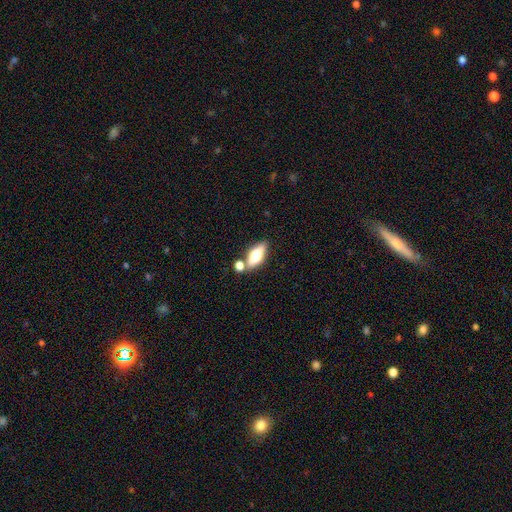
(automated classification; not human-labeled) smooth 63%, featured or disk 29%, star or artifact 8%. Down the decision tree: how rounded — in between (77%); merging — none (65%).